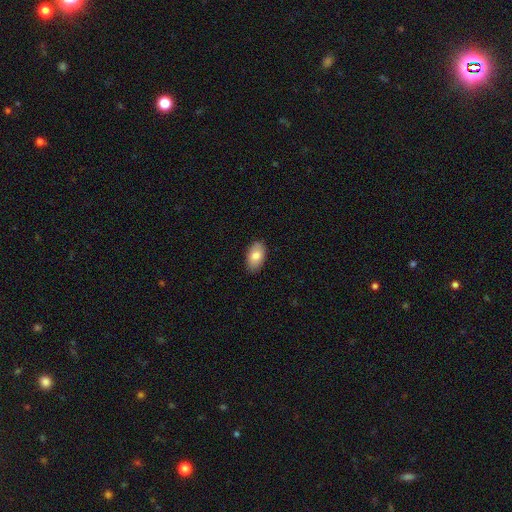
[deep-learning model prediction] Smooth or featured? smooth (81%)
How rounded? in between (93%)
Merging? none (88%)